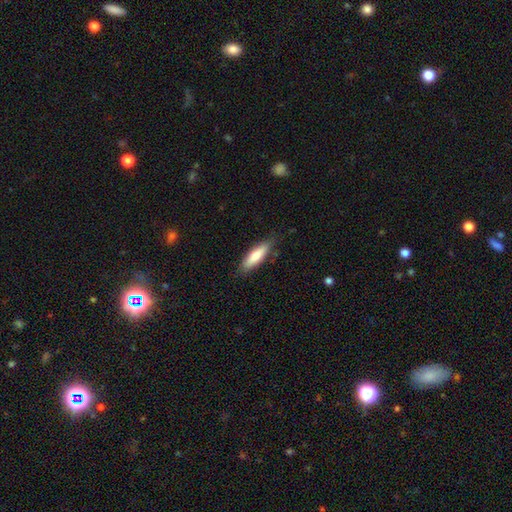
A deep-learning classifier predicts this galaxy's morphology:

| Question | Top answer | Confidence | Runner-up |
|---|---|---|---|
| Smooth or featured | smooth | 75% | featured or disk (19%) |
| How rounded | cigar-shaped | 53% | in between (45%) |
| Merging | none | 81% | minor disturbance (15%) |